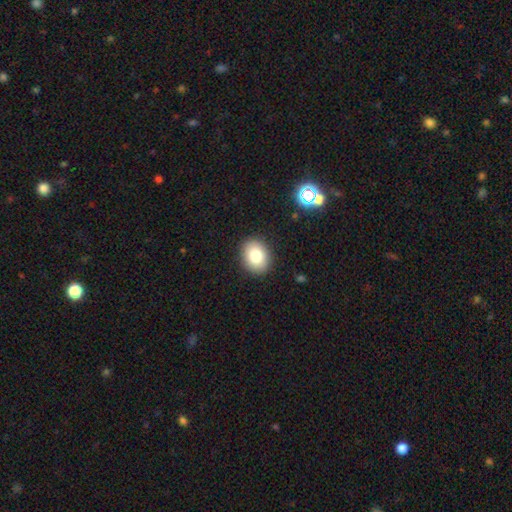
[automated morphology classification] smooth-or-featured: smooth: 82% | star or artifact: 9% | featured or disk: 9%
  how-rounded: in between: 59% | round: 40% | cigar-shaped: 1%
  merging: none: 90% | minor disturbance: 7% | major disturbance: 2% | merger: 1%